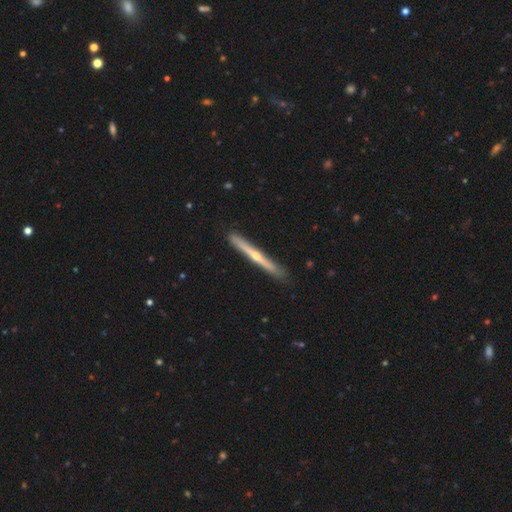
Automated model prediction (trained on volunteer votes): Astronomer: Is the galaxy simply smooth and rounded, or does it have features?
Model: featured or disk — 68%.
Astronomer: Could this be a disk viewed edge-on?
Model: yes — 97%.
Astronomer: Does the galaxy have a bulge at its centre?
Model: rounded — 79%.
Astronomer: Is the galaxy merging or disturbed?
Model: none — 89%.